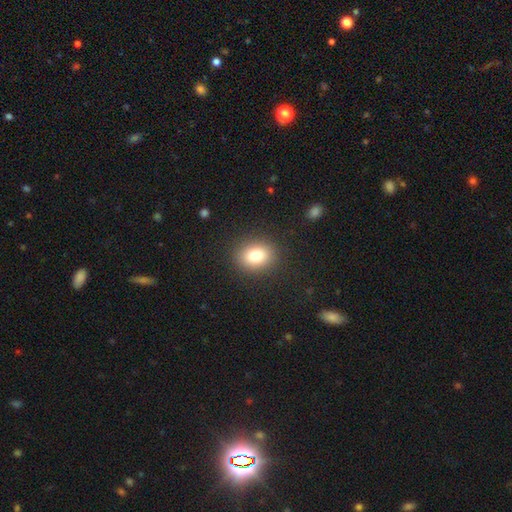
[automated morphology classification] The model was most divided on "how rounded": round: 51%, in between: 48%, cigar-shaped: 1%. More confident: merging — none (89%); smooth or featured — smooth (80%).